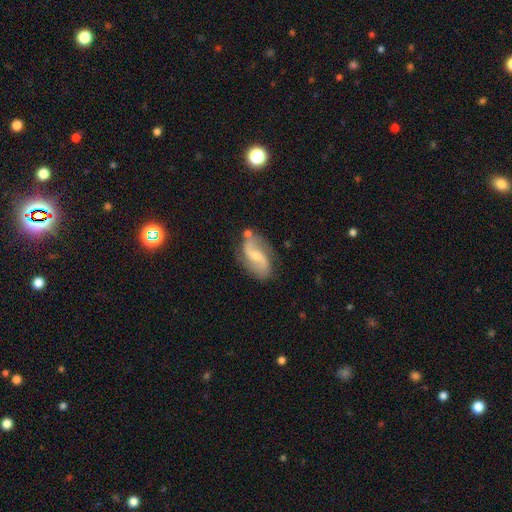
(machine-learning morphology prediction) This appears to be a featured or disk galaxy (82%) with a weak bar (46%), 2 (92%) loose (59%) spiral arms (95%) and a small central bulge (53%). Merging: none (72%).